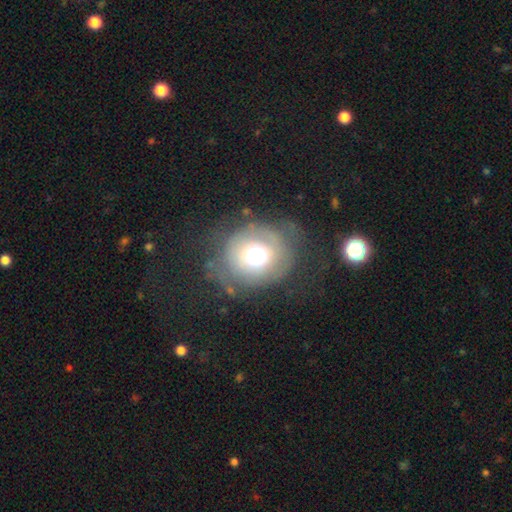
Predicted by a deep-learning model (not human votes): This is possibly a smooth galaxy (54%). How rounded: clearly round (88%). Merging: possibly none (56%).